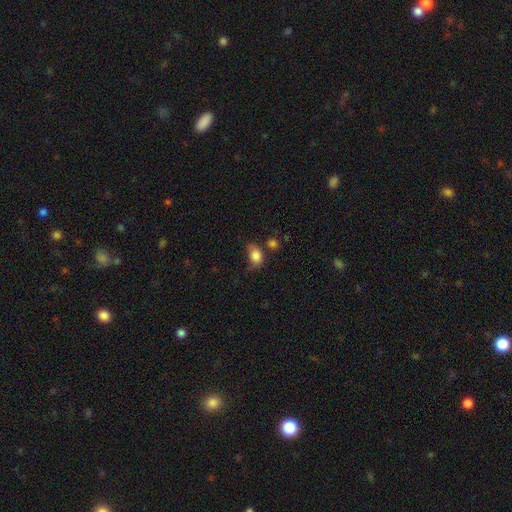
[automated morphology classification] Smooth or featured: smooth — 83% (star or artifact — 9%)
How rounded: in between — 78% (round — 21%)
Merging: none — 41% (minor disturbance — 35%)